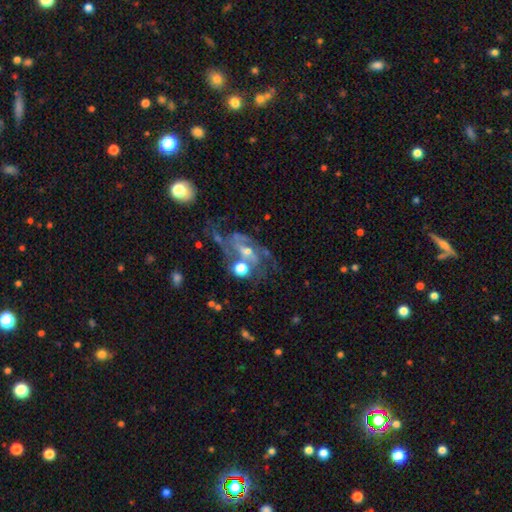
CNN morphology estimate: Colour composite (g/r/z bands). It shows a featured or disk galaxy (76%) with a weak bar (41%), 2 (57%) medium (46%) spiral arms (85%) and a small central bulge (48%). Merging: none (44%).